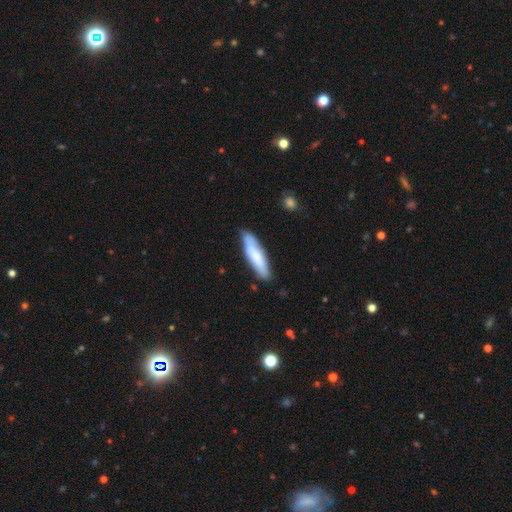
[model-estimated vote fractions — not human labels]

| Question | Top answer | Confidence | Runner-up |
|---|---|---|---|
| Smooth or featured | smooth | 71% | featured or disk (24%) |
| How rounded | cigar-shaped | 74% | in between (24%) |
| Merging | none | 79% | minor disturbance (16%) |